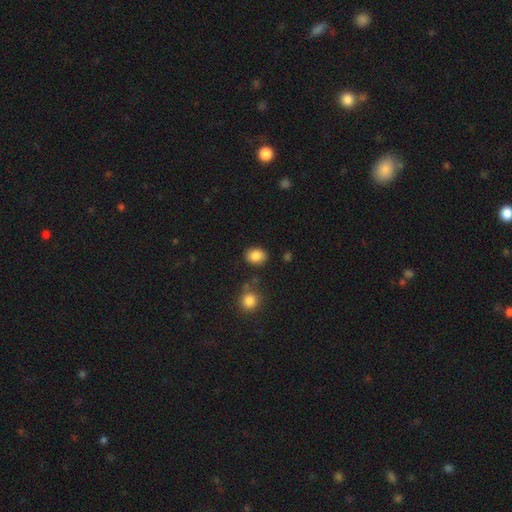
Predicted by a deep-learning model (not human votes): Morphology: type=smooth (85%); roundness=in between (50%); merging=none (82%).